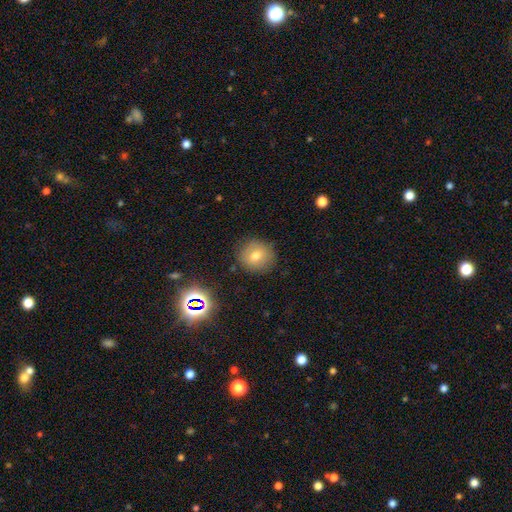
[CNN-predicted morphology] smooth_or_featured: smooth (p=0.70) [alt: featured or disk p=0.15]
how_rounded: round (p=0.83) [alt: in between p=0.16]
merging: none (p=0.85) [alt: minor disturbance p=0.10]